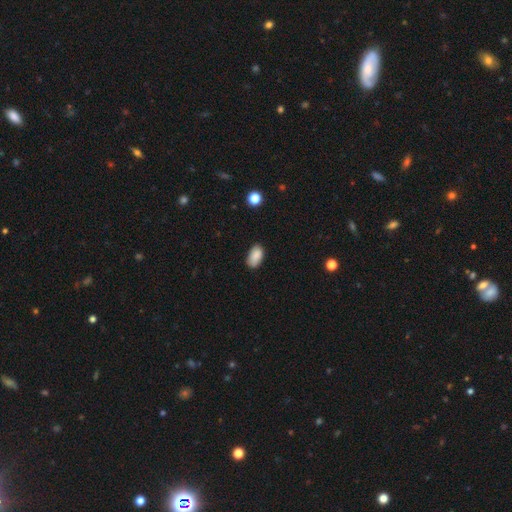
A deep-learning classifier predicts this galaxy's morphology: Overall: smooth (88%). How rounded: in between (94%). Merging: none (82%).